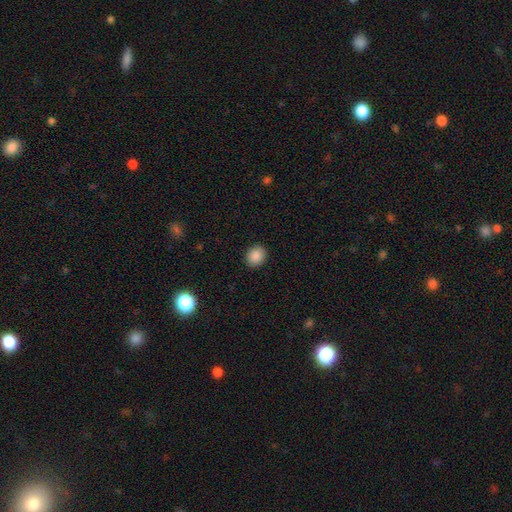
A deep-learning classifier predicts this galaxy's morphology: Q: Smooth or featured?
A: smooth (87%); runner-up: star or artifact (10%)
Q: How rounded?
A: round (66%); runner-up: in between (33%)
Q: Merging?
A: none (91%); runner-up: minor disturbance (6%)